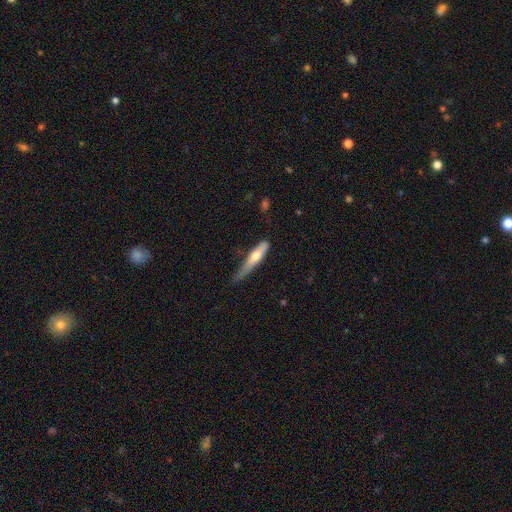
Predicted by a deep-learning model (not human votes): smooth 60%, featured or disk 34%, star or artifact 6%. Down the decision tree: how rounded — cigar-shaped (83%); merging — minor disturbance (42%).